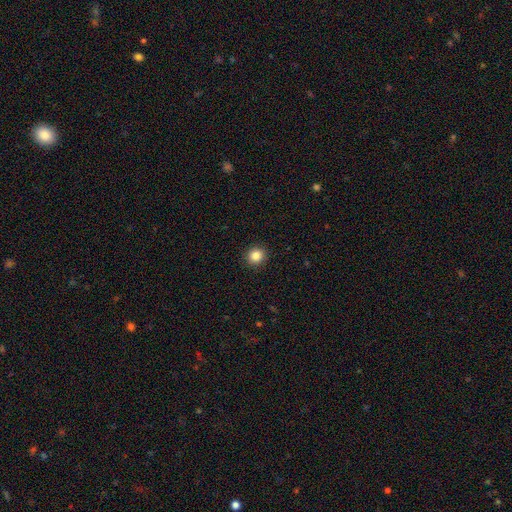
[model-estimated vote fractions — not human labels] Smooth or featured? Predicted: smooth (p=0.85). How rounded? Predicted: round (p=0.90). Merging? Predicted: none (p=0.92).